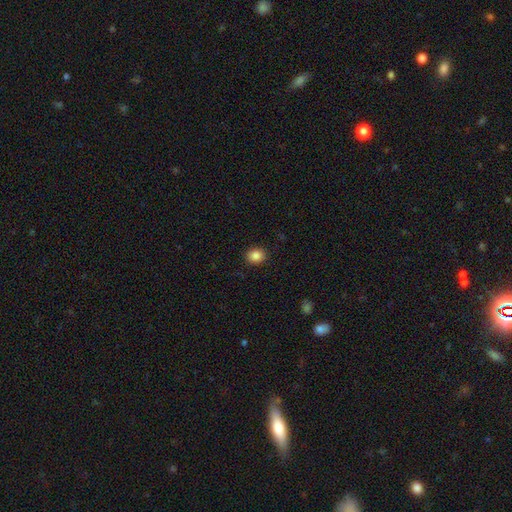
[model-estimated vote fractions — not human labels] Smooth or featured? smooth (85%)
How rounded? round (69%)
Merging? none (91%)